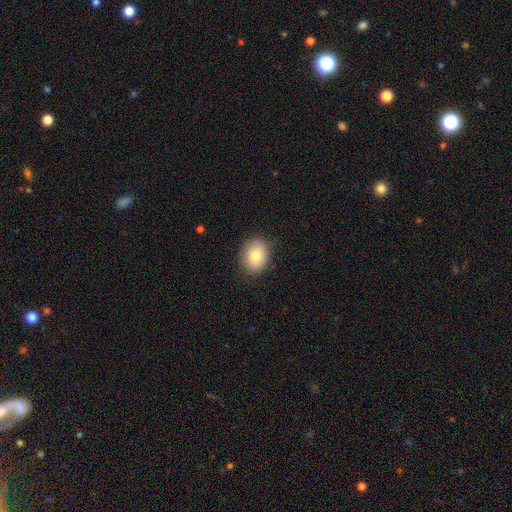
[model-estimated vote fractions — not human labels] Smooth or featured?
  - smooth: 84% *
  - featured or disk: 9%
  - star or artifact: 8%
How rounded?
  - in between: 60% *
  - round: 39%
  - cigar-shaped: 1%
Merging?
  - none: 87% *
  - minor disturbance: 10%
  - major disturbance: 2%
  - merger: 1%